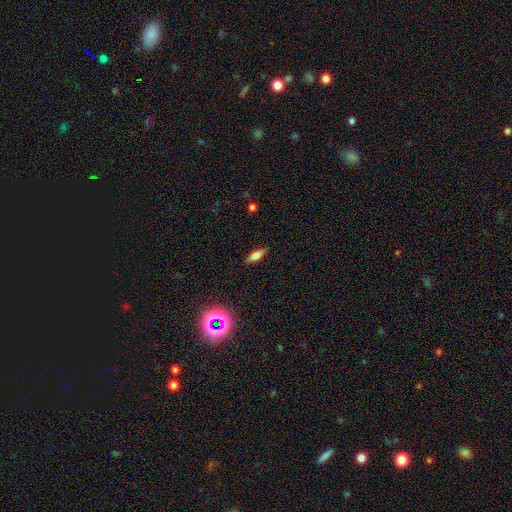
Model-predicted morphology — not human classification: A smooth galaxy with no disk features (69%) that is in between round and cigar-shaped (64%).

Vote fractions:
- Smooth or featured? smooth: 69% / featured or disk: 21% / star or artifact: 10%
- How rounded? in between: 64% / cigar-shaped: 33% / round: 3%
- Merging? none: 86% / minor disturbance: 11% / major disturbance: 2% / merger: 1%